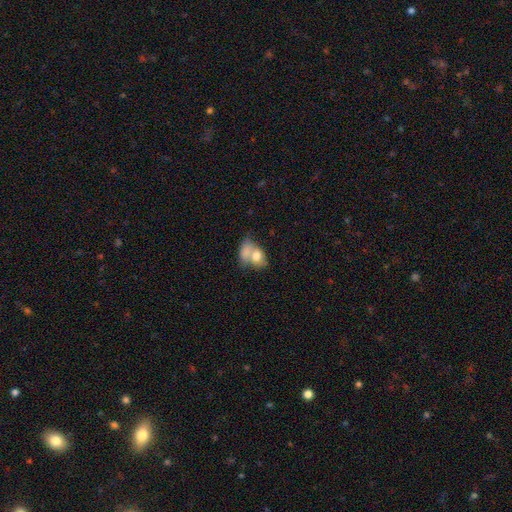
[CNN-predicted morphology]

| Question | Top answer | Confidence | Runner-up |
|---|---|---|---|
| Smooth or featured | smooth | 72% | featured or disk (20%) |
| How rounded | in between | 72% | round (26%) |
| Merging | merger | 63% | none (18%) |